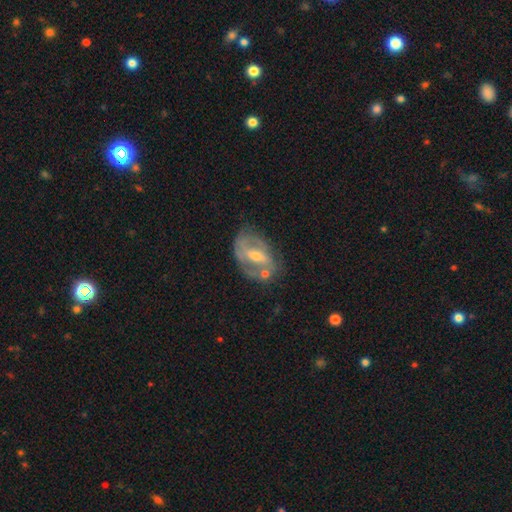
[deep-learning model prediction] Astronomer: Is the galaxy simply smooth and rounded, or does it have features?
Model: featured or disk — 70%.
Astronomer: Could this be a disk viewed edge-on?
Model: no — 93%.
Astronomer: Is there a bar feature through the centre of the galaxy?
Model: weak — 42% (runner-up: strong, 30%).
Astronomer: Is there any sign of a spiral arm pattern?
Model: yes — 63%.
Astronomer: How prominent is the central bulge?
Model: moderate — 54% (runner-up: small, 38%).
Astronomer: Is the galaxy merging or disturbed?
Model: none — 52%.